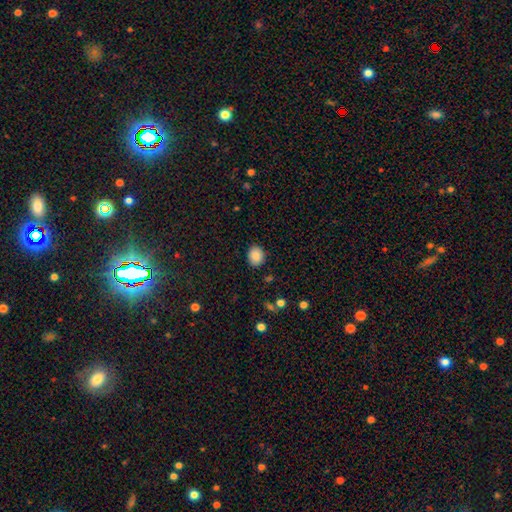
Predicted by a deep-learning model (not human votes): The model was most divided on "how rounded": round: 58%, in between: 41%, cigar-shaped: 1%. More confident: merging — none (88%); smooth or featured — smooth (87%).